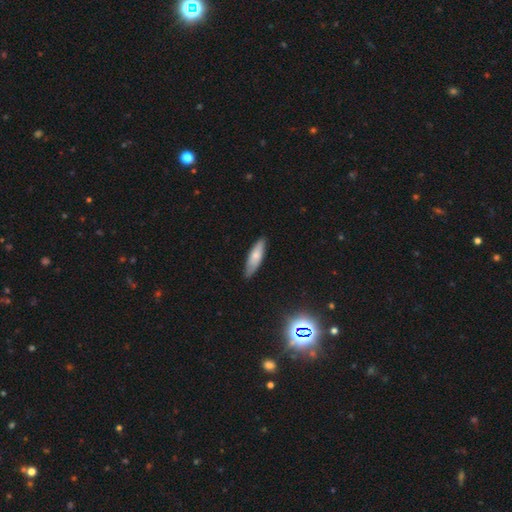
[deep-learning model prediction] Q: Smooth or featured?
A: smooth (70%); runner-up: featured or disk (24%)
Q: How rounded?
A: cigar-shaped (57%); runner-up: in between (41%)
Q: Merging?
A: none (80%); runner-up: minor disturbance (17%)